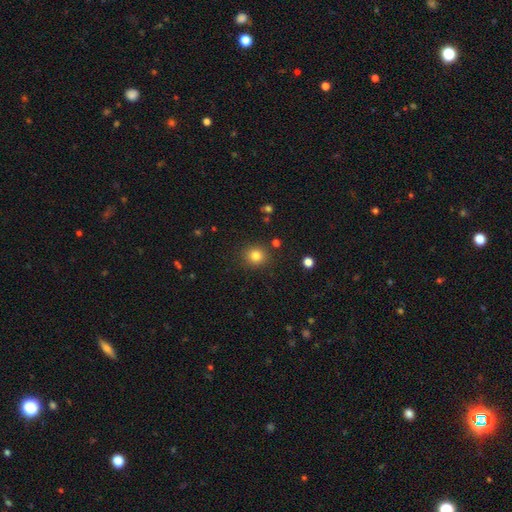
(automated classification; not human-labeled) This appears to be a smooth galaxy with no disk features (82%) that is round (87%). Merging: none (88%).